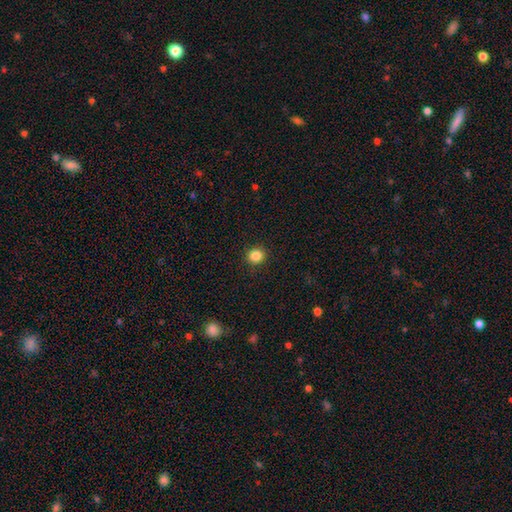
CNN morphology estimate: A smooth galaxy with no disk features (84%) that is round (88%).

Vote fractions:
- Smooth or featured? smooth: 84% / star or artifact: 11% / featured or disk: 4%
- How rounded? round: 88% / in between: 11% / cigar-shaped: 1%
- Merging? none: 91% / minor disturbance: 6% / major disturbance: 2% / merger: 1%